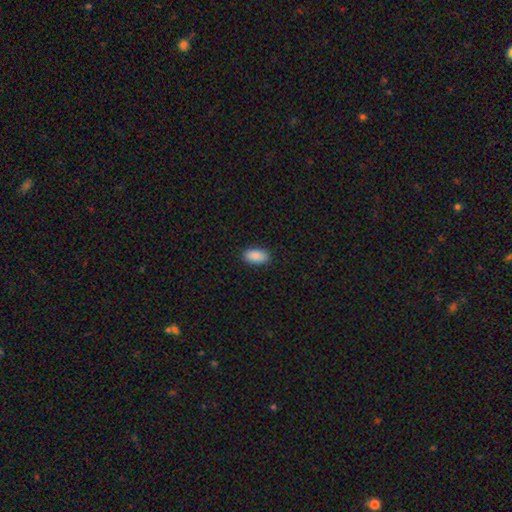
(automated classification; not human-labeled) Morphology: type=smooth (89%); roundness=in between (94%); merging=none (89%).